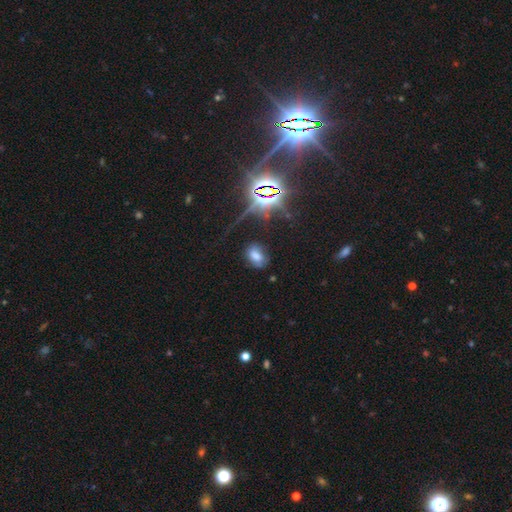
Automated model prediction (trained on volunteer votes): This appears to be a smooth galaxy with no disk features (59%) that is in between round and cigar-shaped (79%). Merging: none (69%).